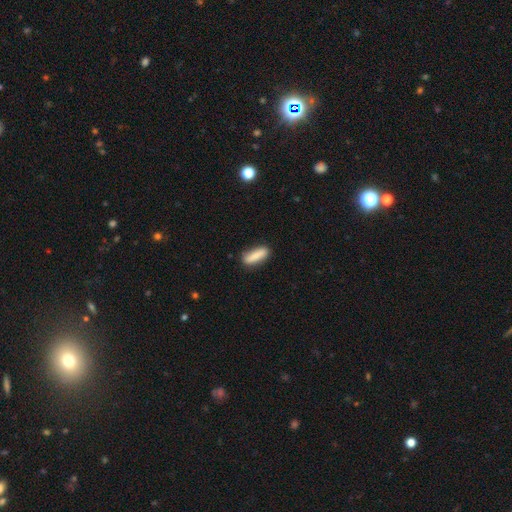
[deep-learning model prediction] smooth_or_featured: smooth (p=0.79) [alt: featured or disk p=0.15]
how_rounded: cigar-shaped (p=0.54) [alt: in between p=0.44]
merging: none (p=0.82) [alt: minor disturbance p=0.13]